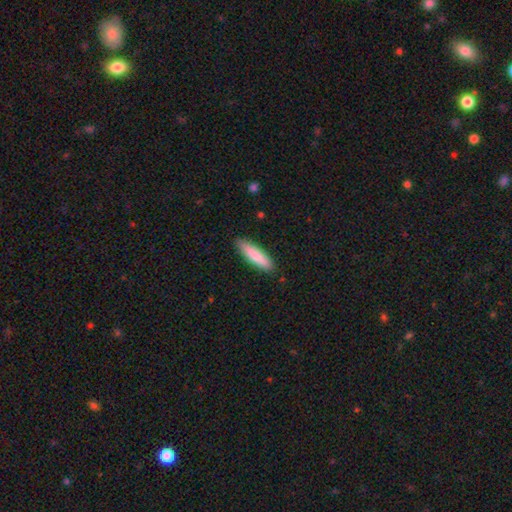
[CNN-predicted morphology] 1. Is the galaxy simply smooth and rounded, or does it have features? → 84% smooth, 11% featured or disk, 5% star or artifact.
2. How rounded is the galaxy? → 73% cigar-shaped, 26% in between, 1% round.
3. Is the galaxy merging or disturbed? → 88% none, 9% minor disturbance, 2% major disturbance, 1% merger.